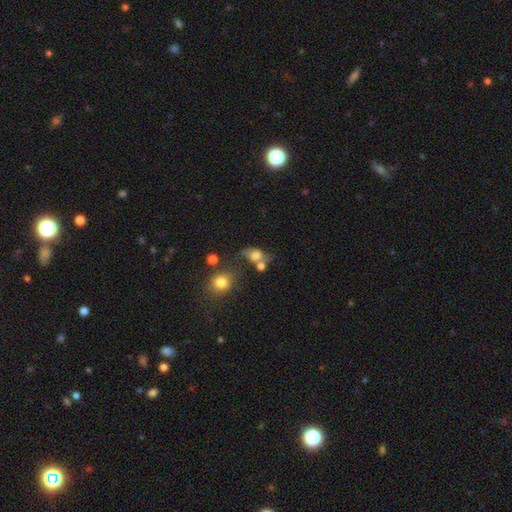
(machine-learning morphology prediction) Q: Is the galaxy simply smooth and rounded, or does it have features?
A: smooth — 61%.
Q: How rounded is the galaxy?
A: in between — 63%.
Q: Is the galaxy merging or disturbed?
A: none — 35%.